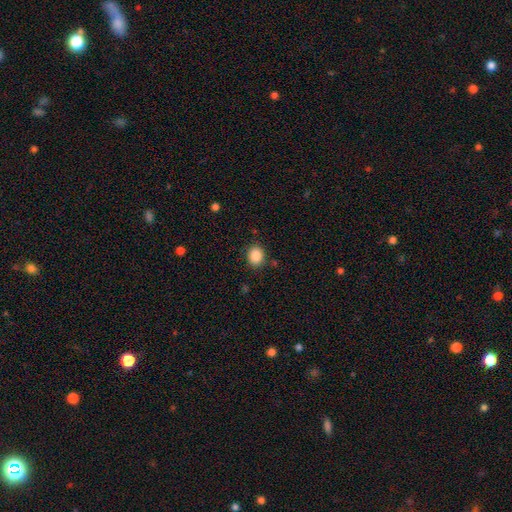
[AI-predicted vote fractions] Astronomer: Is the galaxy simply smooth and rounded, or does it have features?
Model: smooth — 87%.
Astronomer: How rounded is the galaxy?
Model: round — 62% (runner-up: in between, 37%).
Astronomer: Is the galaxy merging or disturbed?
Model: none — 86%.